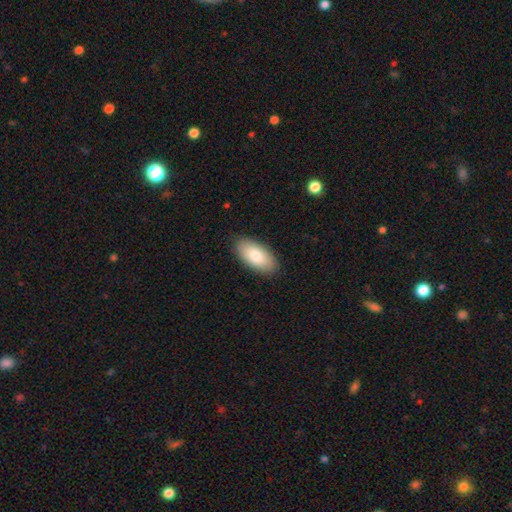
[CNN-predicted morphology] A smooth galaxy with no disk features (81%) that is in between round and cigar-shaped (94%).

Vote fractions:
- Smooth or featured? smooth: 81% / featured or disk: 14% / star or artifact: 6%
- How rounded? in between: 94% / cigar-shaped: 4% / round: 2%
- Merging? none: 88% / minor disturbance: 9% / major disturbance: 2% / merger: 1%